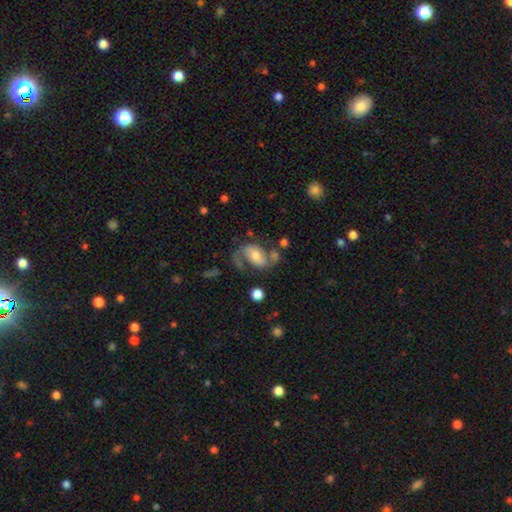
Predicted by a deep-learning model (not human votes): Smooth or featured? featured or disk (69%)
Edge-on disk? no (96%)
Bar? no (38%)
Spiral arms? yes (88%)
Spiral winding? loose (44%, tied with medium)
Spiral arm count? 2 (82%)
Bulge size? moderate (52%)
Merging? none (49%)